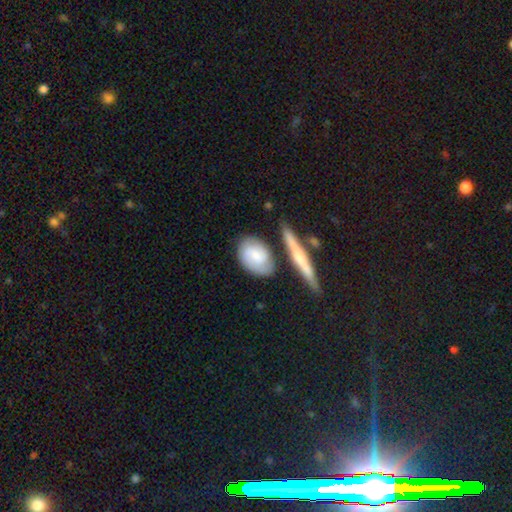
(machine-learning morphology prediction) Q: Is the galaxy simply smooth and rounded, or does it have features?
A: featured or disk — 50%.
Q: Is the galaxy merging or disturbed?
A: none — 65%.